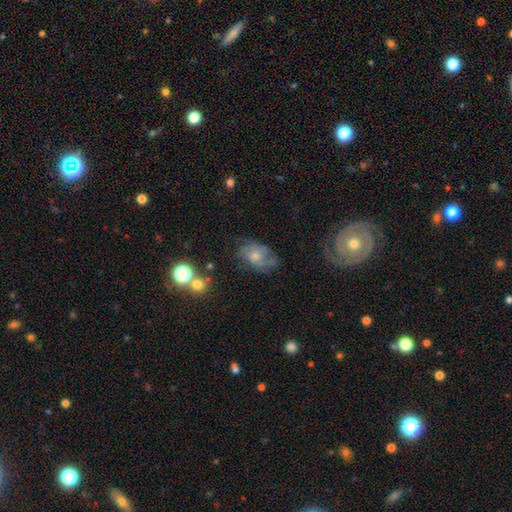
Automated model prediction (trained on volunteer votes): smooth-or-featured: featured or disk: 59% | smooth: 30% | star or artifact: 11%
  disk-edge-on: no: 96% | yes: 4%
    bar: no: 78% | weak: 20% | strong: 3%
    has-spiral-arms: yes: 81% | no: 19%
    bulge-size: small: 42% | moderate: 38% | none: 12% | large: 6% | dominant: 2%
  merging: none: 56% | minor disturbance: 24% | major disturbance: 17% | merger: 3%